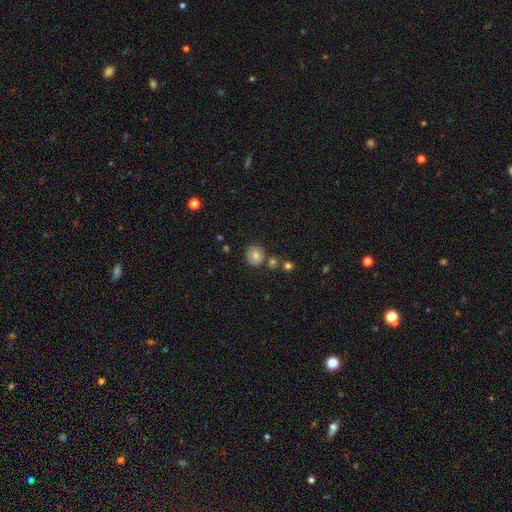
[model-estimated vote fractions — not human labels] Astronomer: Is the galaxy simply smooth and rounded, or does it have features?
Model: smooth — 75%.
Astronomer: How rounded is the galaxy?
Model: round — 81%.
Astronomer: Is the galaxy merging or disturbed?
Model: none — 75%.